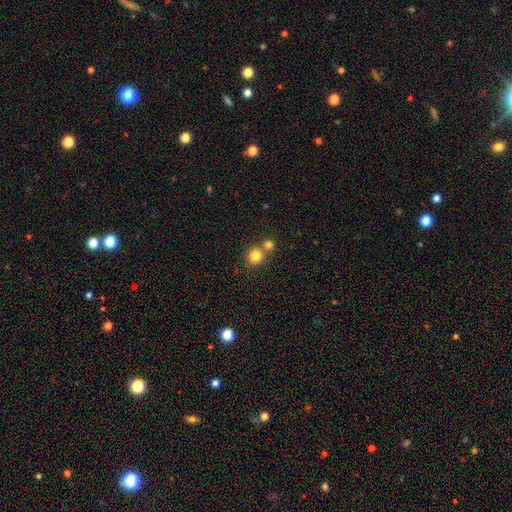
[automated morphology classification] Smooth or featured? smooth (81%)
How rounded? round (88%)
Merging? none (58%)